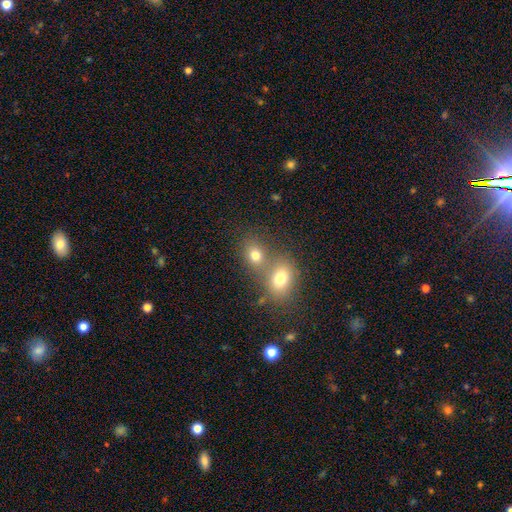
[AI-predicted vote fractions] Morphology: type=smooth (71%); roundness=round (50%); merging=merger (50%).